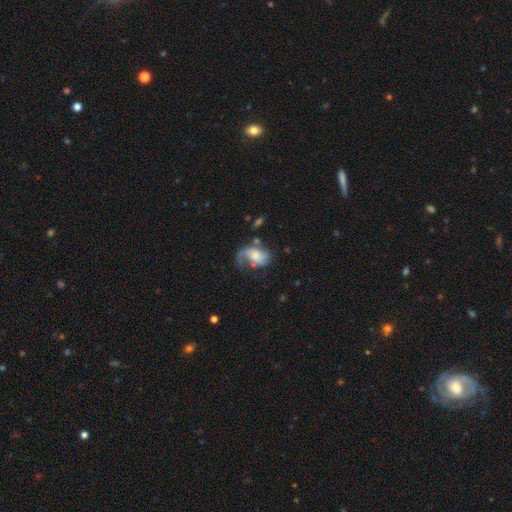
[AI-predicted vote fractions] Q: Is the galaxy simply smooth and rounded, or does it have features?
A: featured or disk — 62%.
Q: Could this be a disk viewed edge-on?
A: no — 97%.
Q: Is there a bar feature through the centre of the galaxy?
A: no — 66%.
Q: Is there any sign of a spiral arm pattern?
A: yes — 85%.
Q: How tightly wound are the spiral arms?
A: loose — 52%.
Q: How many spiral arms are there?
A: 1 — 54%.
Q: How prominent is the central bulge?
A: moderate — 37%.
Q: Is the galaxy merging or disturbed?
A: major disturbance — 38%.